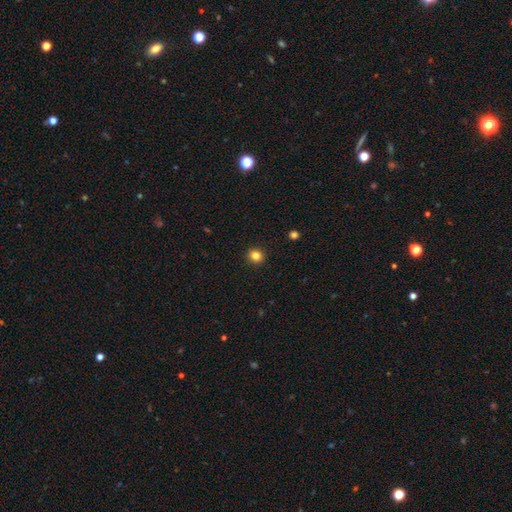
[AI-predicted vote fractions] The model was most divided on "smooth or featured": smooth: 83%, star or artifact: 12%, featured or disk: 5%. More confident: merging — none (92%); how rounded — round (88%).